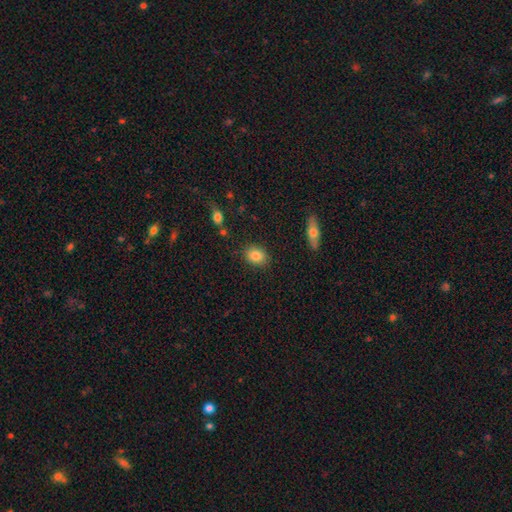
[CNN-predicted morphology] type=smooth (84%); roundness=in between (60%); merging=none (84%).